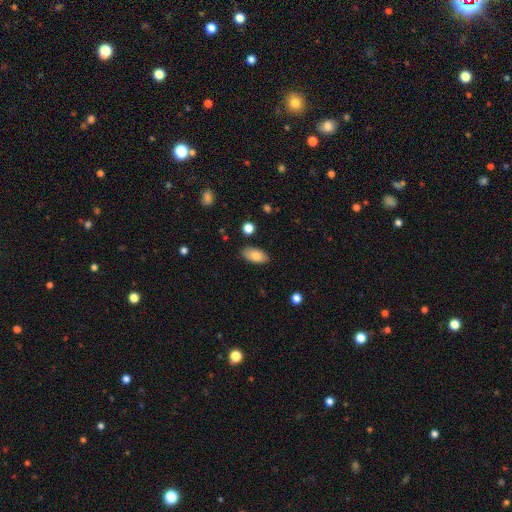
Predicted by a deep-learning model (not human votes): A smooth galaxy with no disk features (79%) that is in between round and cigar-shaped (92%). Merging: none (85%).